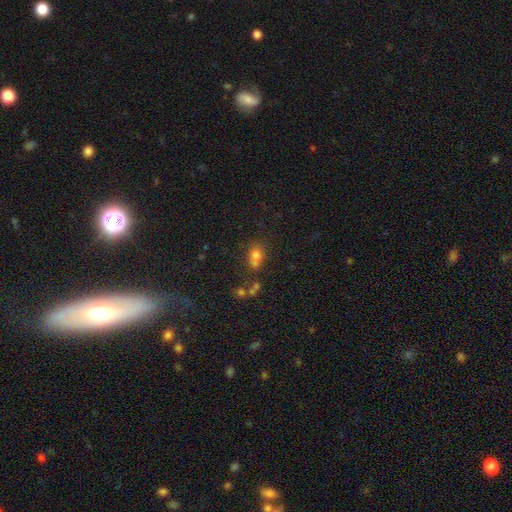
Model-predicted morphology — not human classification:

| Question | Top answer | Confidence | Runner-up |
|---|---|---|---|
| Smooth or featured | smooth | 70% | star or artifact (17%) |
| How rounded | round | 66% | in between (33%) |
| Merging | none | 43% | merger (40%) |